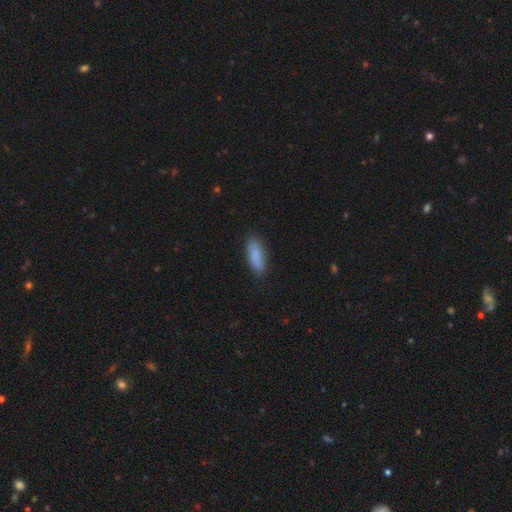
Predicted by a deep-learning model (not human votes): Smooth or featured: smooth — 86% (featured or disk — 8%)
How rounded: in between — 64% (cigar-shaped — 34%)
Merging: none — 83% (minor disturbance — 13%)